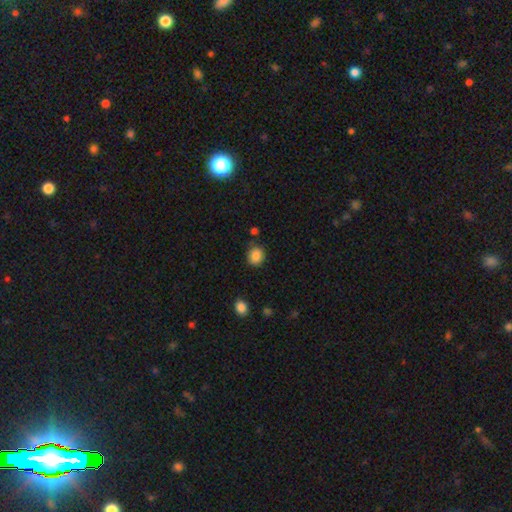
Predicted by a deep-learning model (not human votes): This is clearly a smooth galaxy (87%). How rounded: likely round (71%). Merging: clearly none (82%).